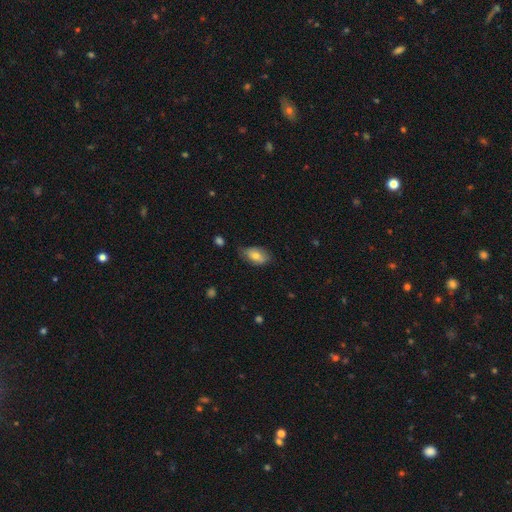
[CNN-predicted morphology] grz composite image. It shows a smooth galaxy with no disk features (71%) that is in between round and cigar-shaped (90%). Merging: none (62%).